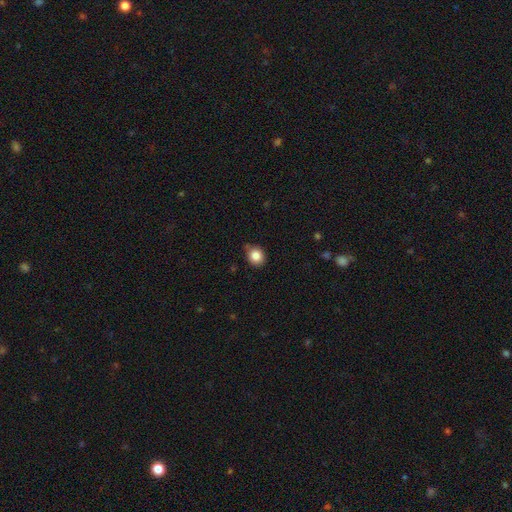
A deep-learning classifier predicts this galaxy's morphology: type=smooth (85%); roundness=round (71%); merging=none (74%).